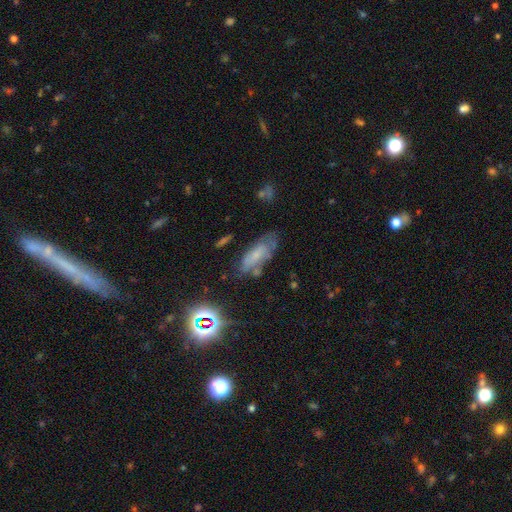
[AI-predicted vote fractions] Smooth or featured? Predicted: smooth (p=0.47). Merging? Predicted: none (p=0.56).